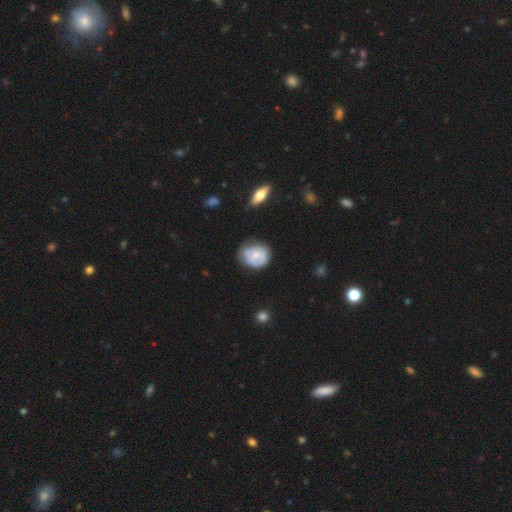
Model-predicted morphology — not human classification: A smooth galaxy with no disk features (50%). Merging: none (52%).